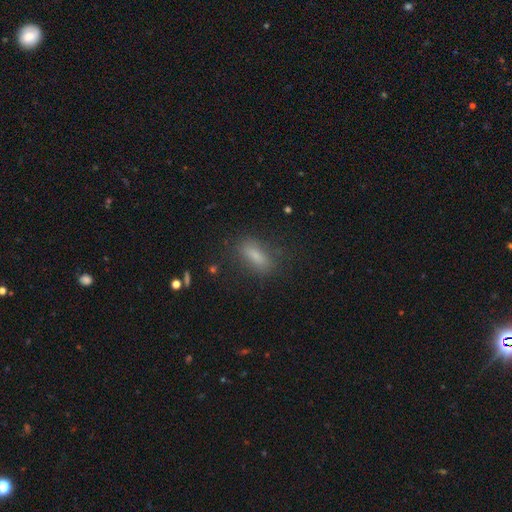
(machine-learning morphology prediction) The model was most divided on "how rounded": in between: 61%, cigar-shaped: 34%, round: 4%. More confident: merging — none (78%); smooth or featured — smooth (75%).